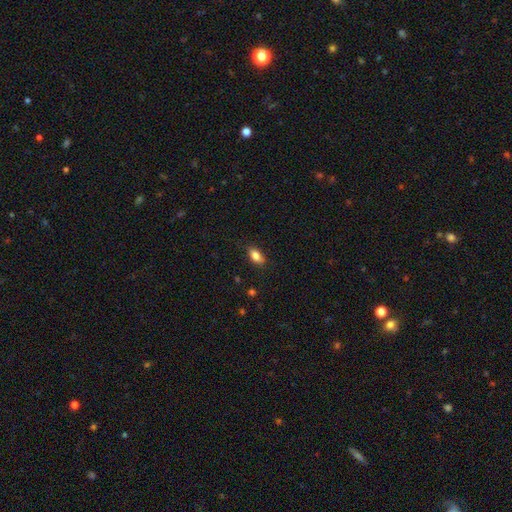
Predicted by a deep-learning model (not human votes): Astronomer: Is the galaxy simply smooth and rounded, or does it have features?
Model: smooth — 82%.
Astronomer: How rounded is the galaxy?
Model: in between — 86%.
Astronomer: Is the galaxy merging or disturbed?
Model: none — 82%.